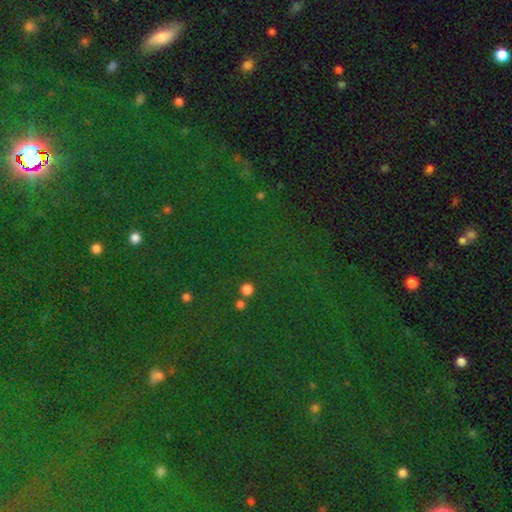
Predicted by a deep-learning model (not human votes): Smooth or featured? Predicted: star or artifact (p=0.79).